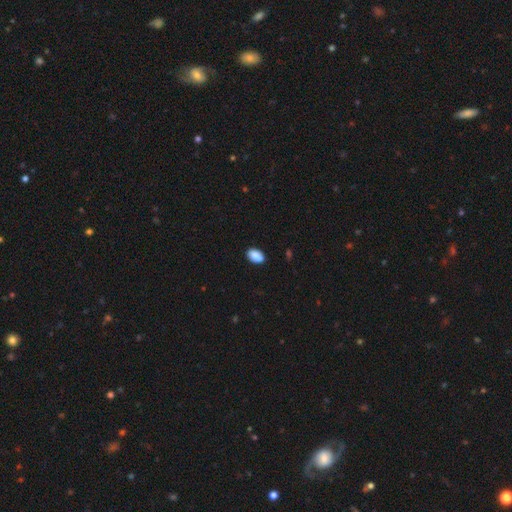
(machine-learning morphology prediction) smooth_or_featured: smooth (p=0.87) [alt: star or artifact p=0.07]
how_rounded: in between (p=0.90) [alt: round p=0.09]
merging: none (p=0.80) [alt: minor disturbance p=0.15]